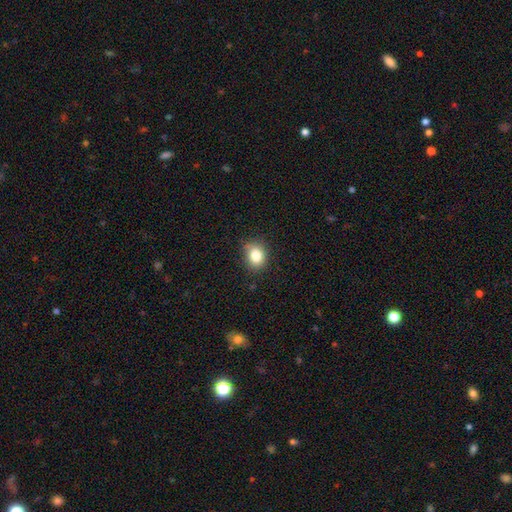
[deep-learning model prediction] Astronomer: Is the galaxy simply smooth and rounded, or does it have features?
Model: smooth — 84%.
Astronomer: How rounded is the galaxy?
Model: round — 57% (runner-up: in between, 42%).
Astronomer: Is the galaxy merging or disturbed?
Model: none — 75%.